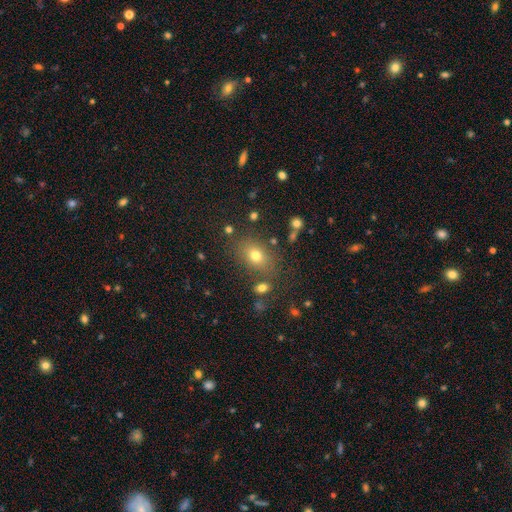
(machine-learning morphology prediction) Smooth or featured? smooth (72%)
How rounded? in between (69%)
Merging? none (78%)